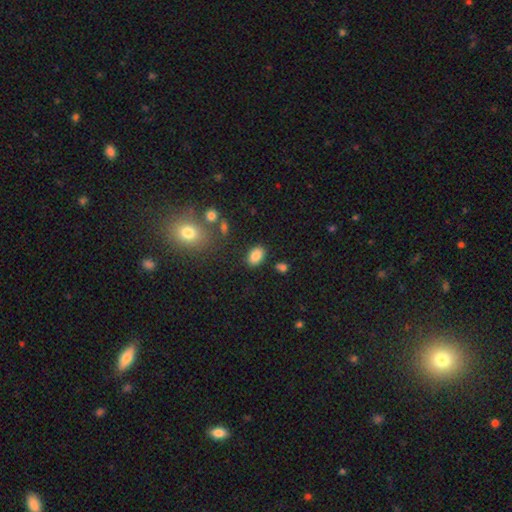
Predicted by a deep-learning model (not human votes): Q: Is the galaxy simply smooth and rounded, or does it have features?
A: smooth — 85%.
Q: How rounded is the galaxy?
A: in between — 83%.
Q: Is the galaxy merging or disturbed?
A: none — 83%.